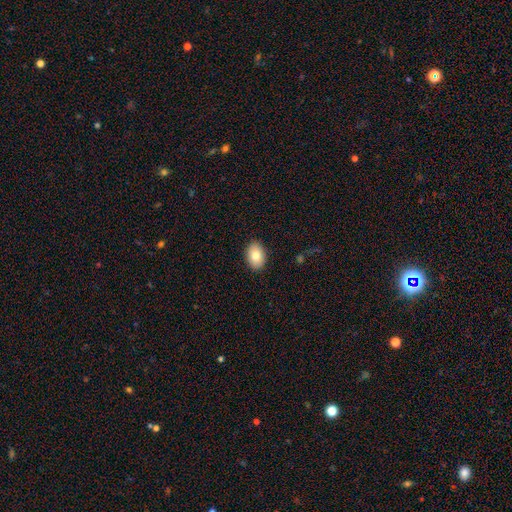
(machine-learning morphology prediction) Smooth or featured? smooth (82%)
How rounded? in between (85%)
Merging? none (89%)